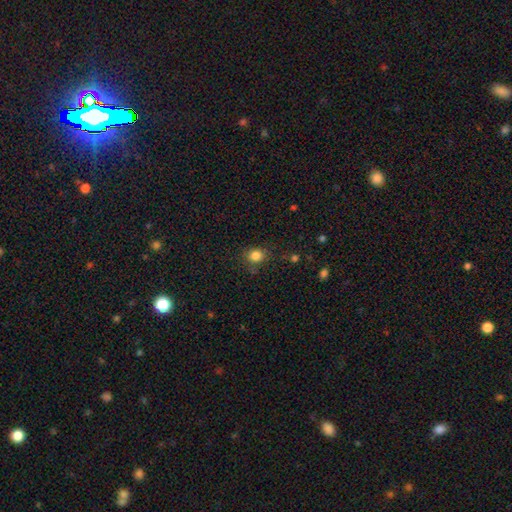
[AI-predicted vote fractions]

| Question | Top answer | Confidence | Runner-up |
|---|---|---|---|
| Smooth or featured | smooth | 83% | star or artifact (12%) |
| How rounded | round | 71% | in between (28%) |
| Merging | none | 79% | minor disturbance (15%) |